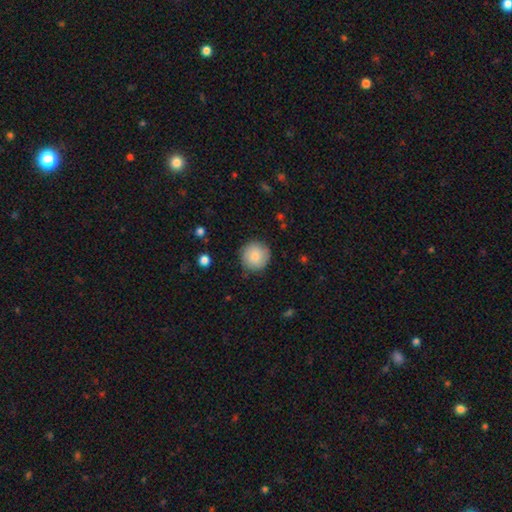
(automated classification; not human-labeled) A smooth galaxy with no disk features (83%) that is round (95%).

Vote fractions:
- Smooth or featured? smooth: 83% / featured or disk: 10% / star or artifact: 7%
- How rounded? round: 95% / in between: 4% / cigar-shaped: 1%
- Merging? none: 86% / minor disturbance: 11% / major disturbance: 3% / merger: 1%